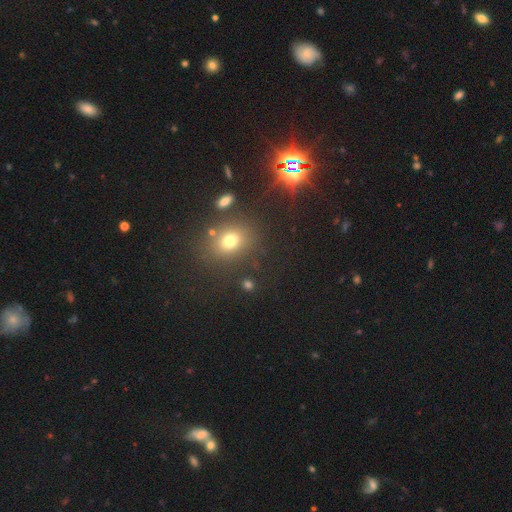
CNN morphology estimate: Overall: smooth (52%; star or artifact 40%). How rounded: round (70%). Merging: none (84%).